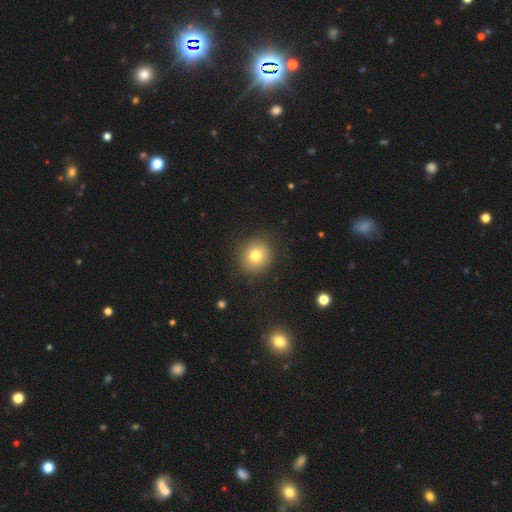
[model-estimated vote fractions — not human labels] A smooth galaxy with no disk features (76%) that is round (85%). Merging: none (88%).